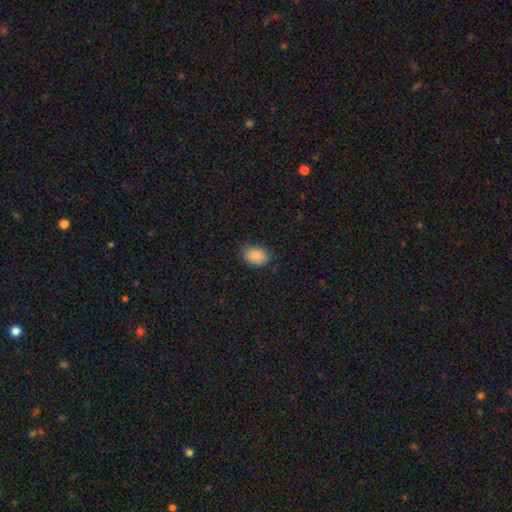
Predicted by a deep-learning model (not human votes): Morphology: type=smooth (87%); roundness=in between (79%); merging=none (80%).